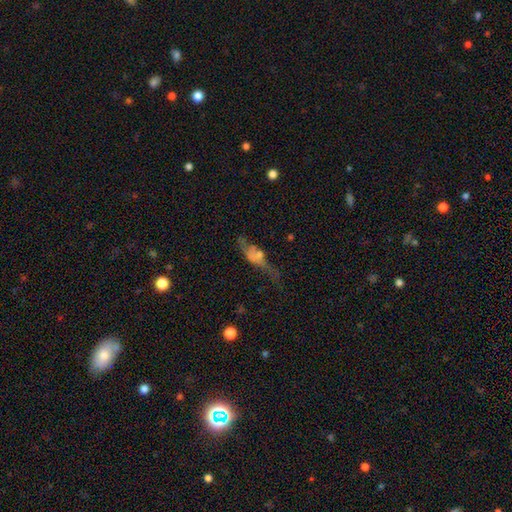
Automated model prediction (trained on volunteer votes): This is marginally a smooth galaxy (44%). Merging: marginally major disturbance (36%).